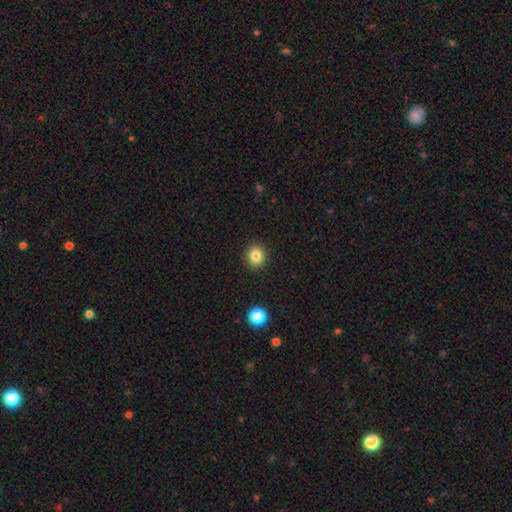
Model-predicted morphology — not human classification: smooth_or_featured: smooth (p=0.84) [alt: star or artifact p=0.11]
how_rounded: round (p=0.78) [alt: in between p=0.21]
merging: none (p=0.91) [alt: minor disturbance p=0.06]